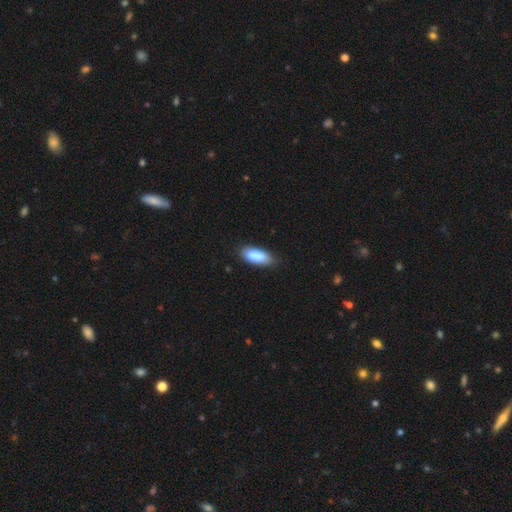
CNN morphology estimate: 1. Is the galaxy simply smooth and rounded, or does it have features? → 85% smooth, 9% featured or disk, 7% star or artifact.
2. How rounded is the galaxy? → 77% in between, 21% cigar-shaped, 2% round.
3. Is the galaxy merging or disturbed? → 74% none, 20% minor disturbance, 3% major disturbance, 3% merger.